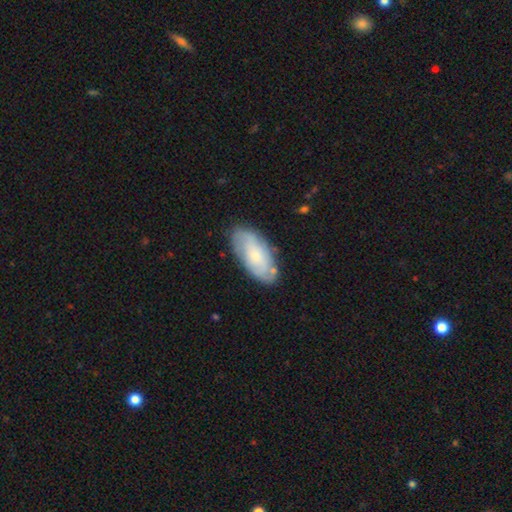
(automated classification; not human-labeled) Overall: smooth (53%; featured or disk 41%). How rounded: in between (90%). Merging: none (75%).